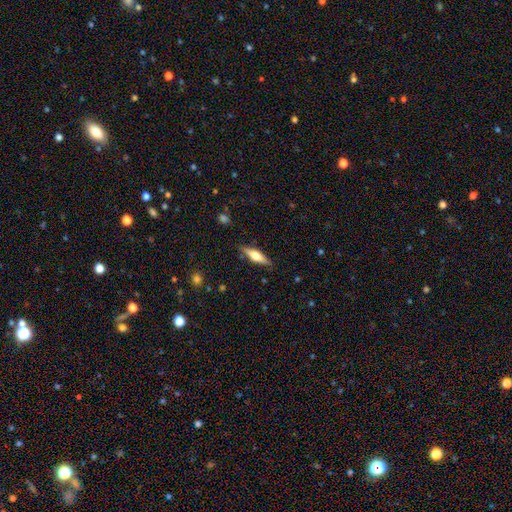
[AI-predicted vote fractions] smooth_or_featured: smooth (p=0.49) [alt: featured or disk p=0.45]
merging: none (p=0.86) [alt: minor disturbance p=0.11]